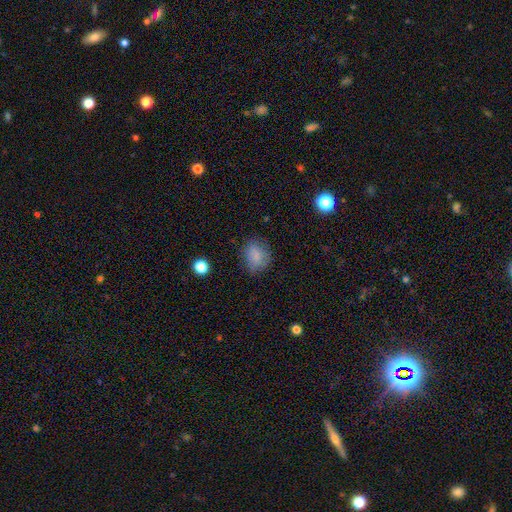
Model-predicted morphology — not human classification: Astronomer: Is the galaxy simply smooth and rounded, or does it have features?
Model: smooth — 80%.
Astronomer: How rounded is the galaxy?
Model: in between — 50% (runner-up: round, 49%).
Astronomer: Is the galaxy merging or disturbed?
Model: none — 68%.